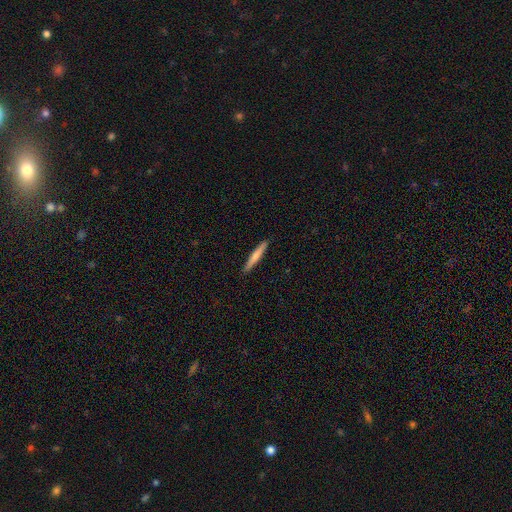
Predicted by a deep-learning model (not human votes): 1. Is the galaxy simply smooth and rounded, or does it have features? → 66% smooth, 29% featured or disk, 5% star or artifact.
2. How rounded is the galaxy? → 95% cigar-shaped, 4% in between, 1% round.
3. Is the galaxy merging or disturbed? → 92% none, 6% minor disturbance, 1% major disturbance, 1% merger.